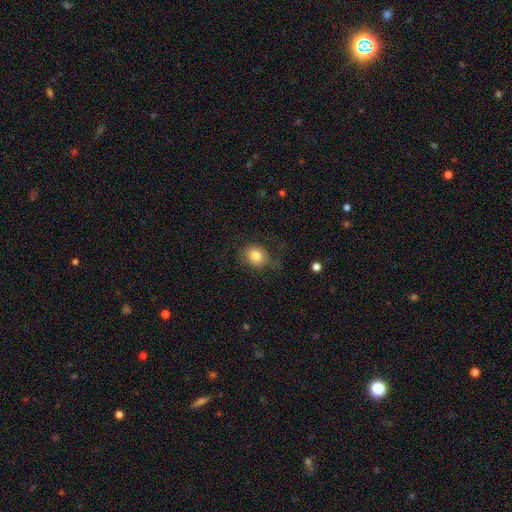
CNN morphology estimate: This appears to be a smooth galaxy with no disk features (78%) that is round (69%). Merging: none (62%).